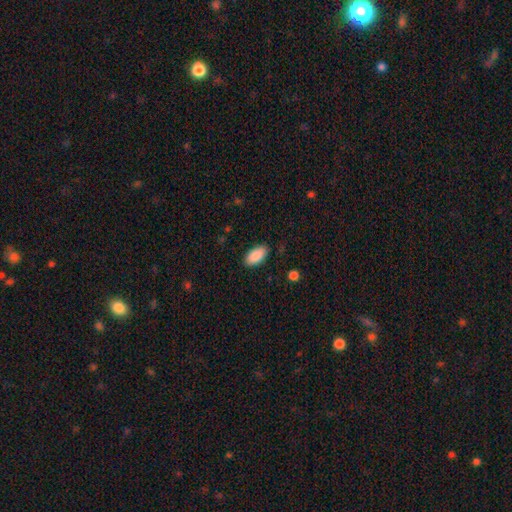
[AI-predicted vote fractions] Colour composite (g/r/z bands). It shows a smooth galaxy with no disk features (89%) that is in between round and cigar-shaped (94%). Merging: none (85%).